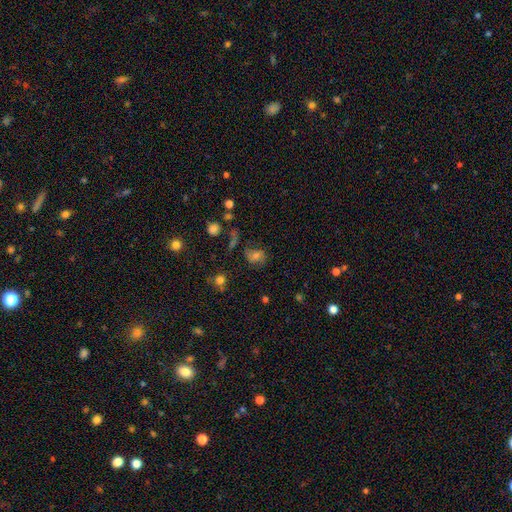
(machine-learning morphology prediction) Smooth or featured: smooth — 40% (featured or disk — 39%)
Merging: none — 60% (minor disturbance — 20%)